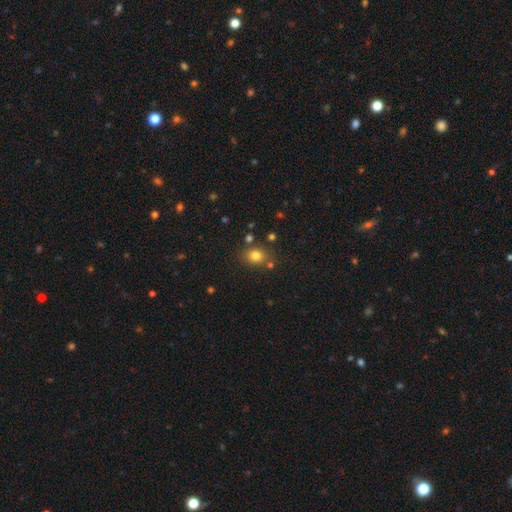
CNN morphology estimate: Overall: smooth (79%). How rounded: round (54%; in between 45%). Merging: none (76%).